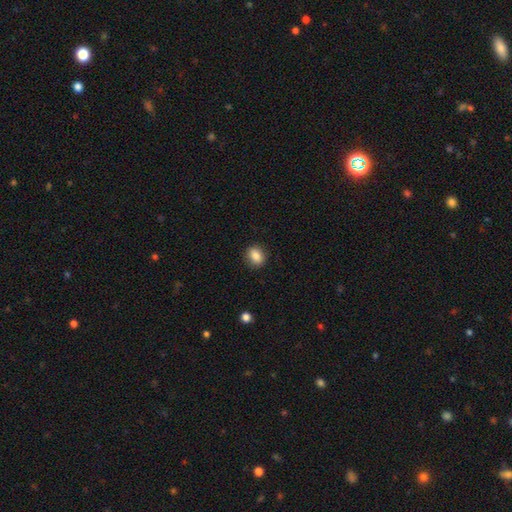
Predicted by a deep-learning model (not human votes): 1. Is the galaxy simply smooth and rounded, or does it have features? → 85% smooth, 9% star or artifact, 6% featured or disk.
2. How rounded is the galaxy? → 52% in between, 46% round, 2% cigar-shaped.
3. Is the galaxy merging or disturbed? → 88% none, 9% minor disturbance, 2% major disturbance, 1% merger.